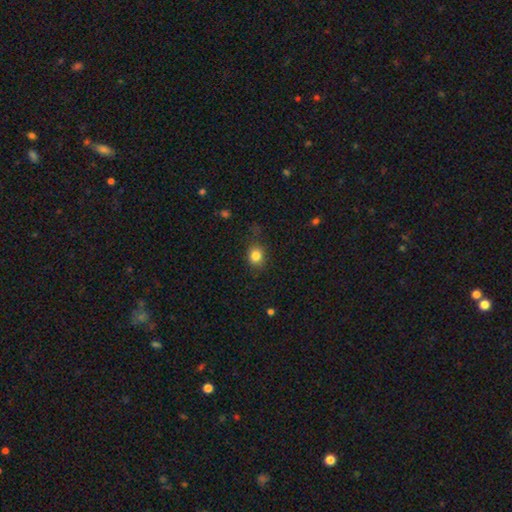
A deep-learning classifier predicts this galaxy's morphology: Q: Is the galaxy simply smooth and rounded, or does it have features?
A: smooth — 82%.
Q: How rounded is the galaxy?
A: round — 67%.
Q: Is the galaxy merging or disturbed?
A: none — 77%.